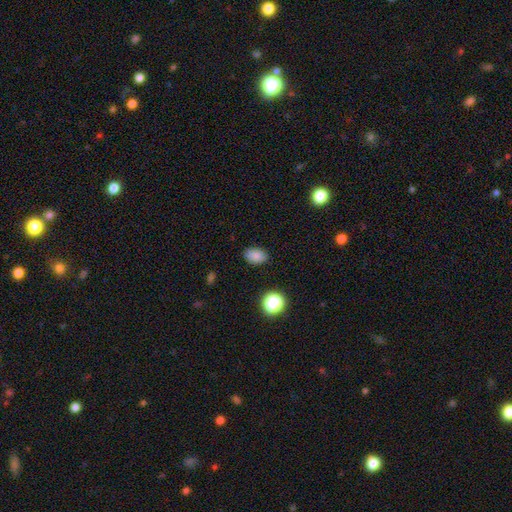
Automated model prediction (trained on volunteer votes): Morphology: type=smooth (84%); roundness=in between (78%); merging=none (84%).